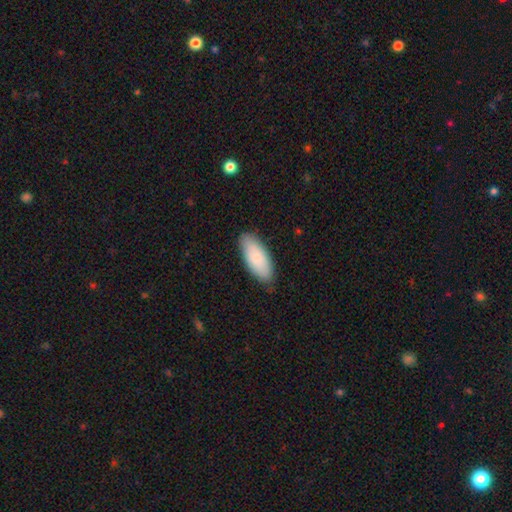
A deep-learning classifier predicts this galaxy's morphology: Smooth or featured: smooth — 85% (featured or disk — 10%)
How rounded: in between — 84% (cigar-shaped — 14%)
Merging: none — 83% (minor disturbance — 14%)